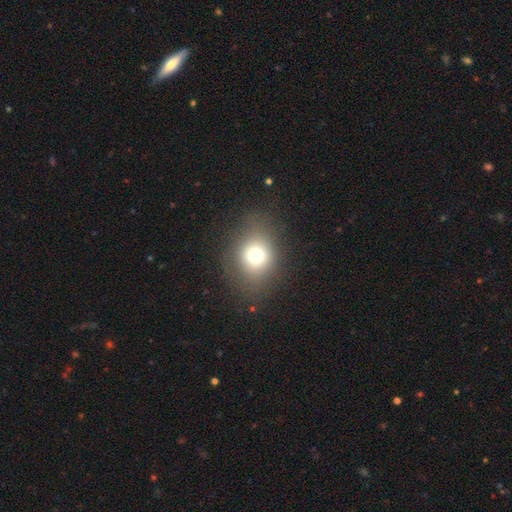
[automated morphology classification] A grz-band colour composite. It shows a smooth galaxy with no disk features (70%) that is round (68%). Merging: none (81%).